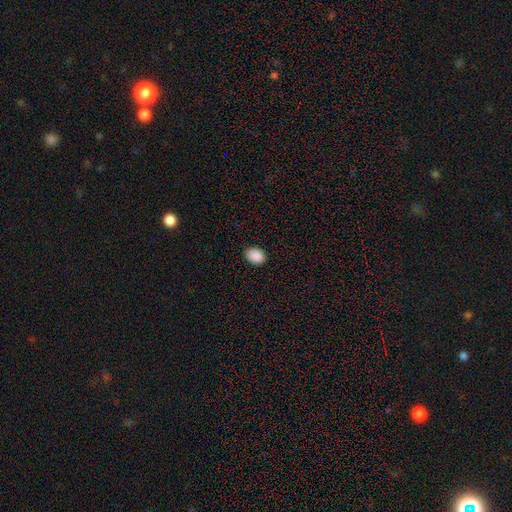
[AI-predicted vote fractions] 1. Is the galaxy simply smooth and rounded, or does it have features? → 89% smooth, 8% star or artifact, 3% featured or disk.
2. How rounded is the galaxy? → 66% in between, 33% round, 1% cigar-shaped.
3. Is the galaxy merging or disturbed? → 87% none, 10% minor disturbance, 2% major disturbance, 1% merger.